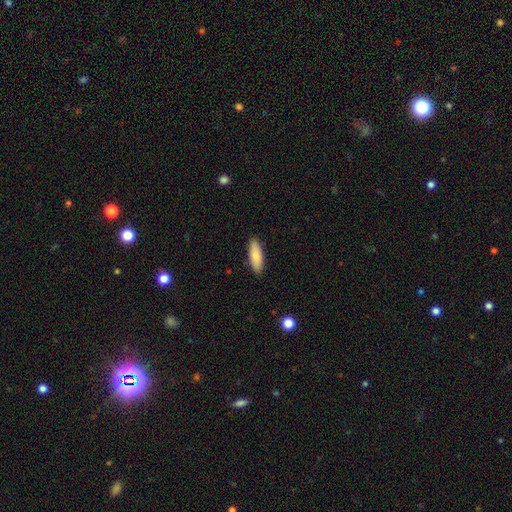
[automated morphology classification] The model was most divided on "how rounded": in between: 59%, cigar-shaped: 39%, round: 2%. More confident: merging — none (89%); smooth or featured — smooth (82%).